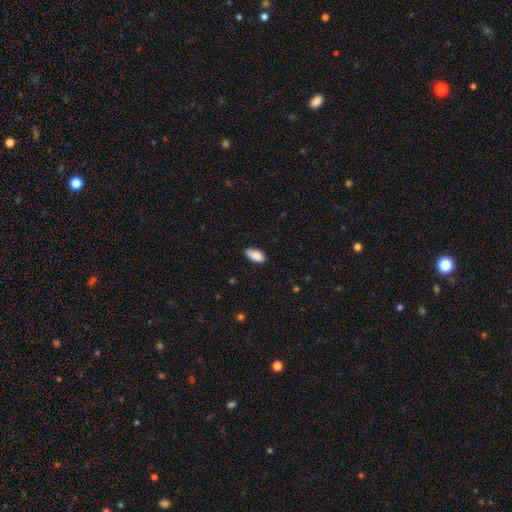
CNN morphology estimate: This appears to be a smooth galaxy with no disk features (88%) that is in between round and cigar-shaped (93%). Merging: none (83%).